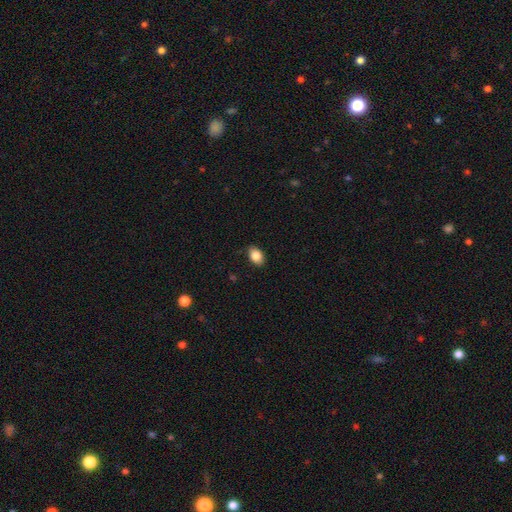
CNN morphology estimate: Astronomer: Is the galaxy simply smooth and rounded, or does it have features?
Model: smooth — 86%.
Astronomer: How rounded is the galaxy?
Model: in between — 82%.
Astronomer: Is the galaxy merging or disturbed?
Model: none — 85%.